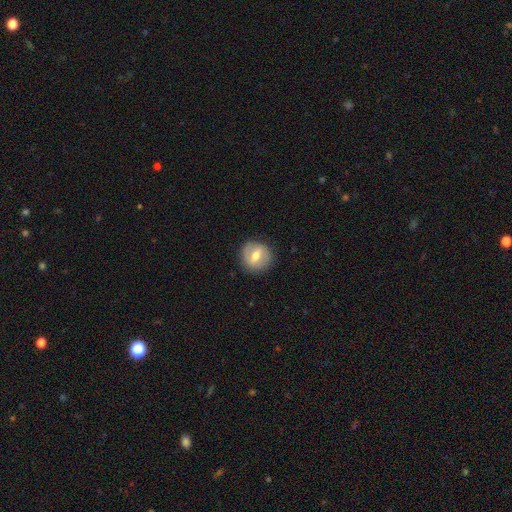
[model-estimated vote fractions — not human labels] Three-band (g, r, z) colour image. It shows a smooth galaxy with no disk features (47%). Merging: none (87%).